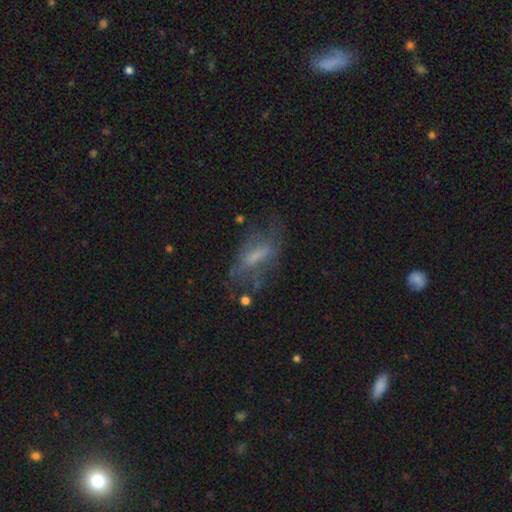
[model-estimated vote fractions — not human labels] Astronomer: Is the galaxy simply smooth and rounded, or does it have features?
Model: featured or disk — 47% (runner-up: smooth, 40%).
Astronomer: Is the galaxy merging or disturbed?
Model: none — 48% (runner-up: major disturbance, 25%).